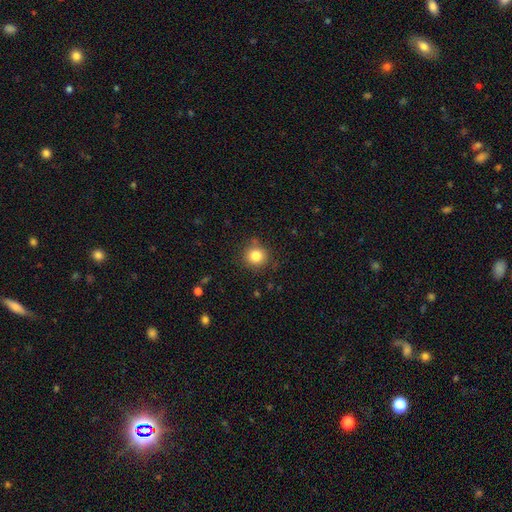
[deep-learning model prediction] Smooth or featured: smooth — 83% (star or artifact — 11%)
How rounded: round — 91% (in between — 8%)
Merging: none — 85% (minor disturbance — 10%)